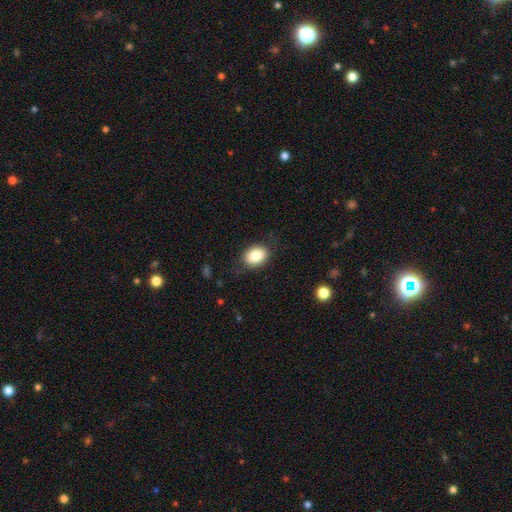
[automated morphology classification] Q: Smooth or featured?
A: smooth (84%); runner-up: star or artifact (8%)
Q: How rounded?
A: in between (64%); runner-up: round (35%)
Q: Merging?
A: none (80%); runner-up: minor disturbance (14%)